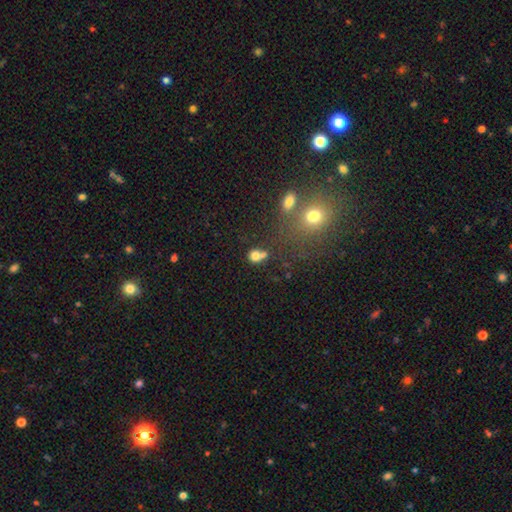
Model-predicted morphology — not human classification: smooth 76%, star or artifact 14%, featured or disk 11%. Down the decision tree: how rounded — round (71%); merging — none (43%).